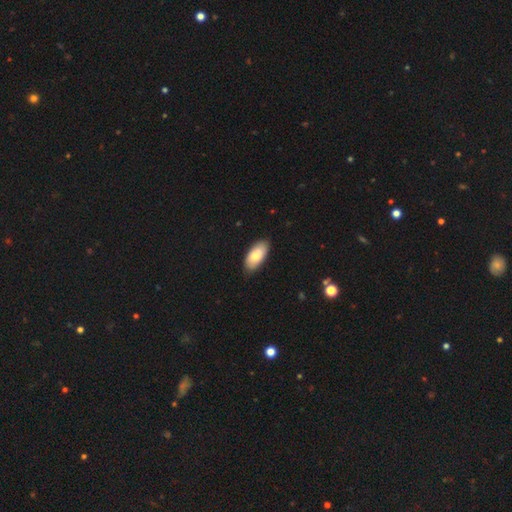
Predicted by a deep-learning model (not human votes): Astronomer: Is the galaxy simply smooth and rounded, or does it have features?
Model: smooth — 76%.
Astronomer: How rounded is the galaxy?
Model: in between — 93%.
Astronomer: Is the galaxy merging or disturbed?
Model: none — 85%.